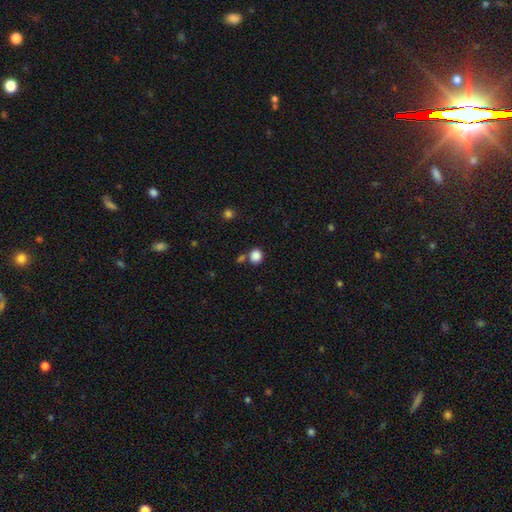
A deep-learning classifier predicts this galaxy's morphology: smooth_or_featured: smooth (p=0.85) [alt: star or artifact p=0.11]
how_rounded: round (p=0.83) [alt: in between p=0.16]
merging: none (p=0.70) [alt: merger p=0.16]